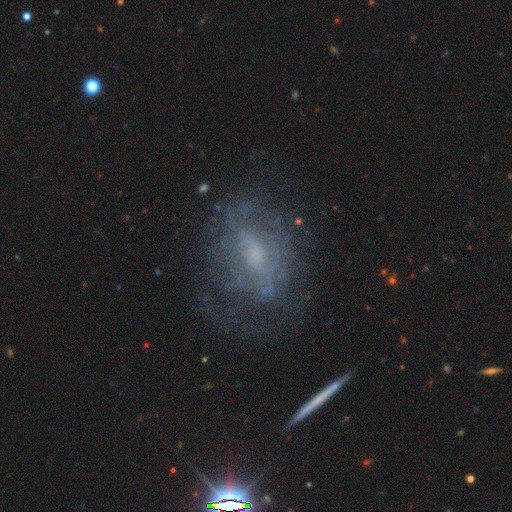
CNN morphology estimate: A featured or disk galaxy (63%) with no bar (45%), no spiral arms (50%, tied with yes) and a small central bulge (41%). Merging: none (58%).